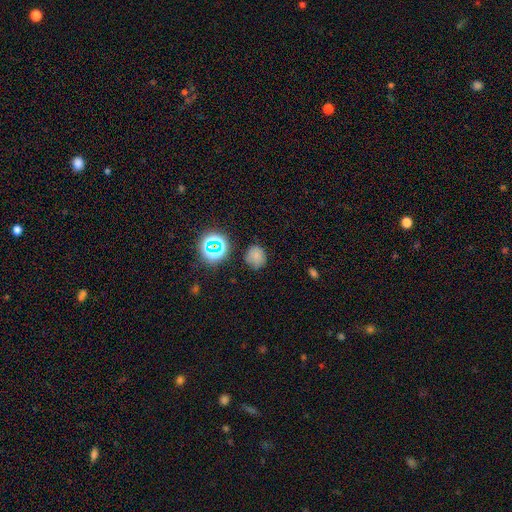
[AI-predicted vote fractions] A smooth galaxy with no disk features (68%) that is round (79%). Merging: none (75%).